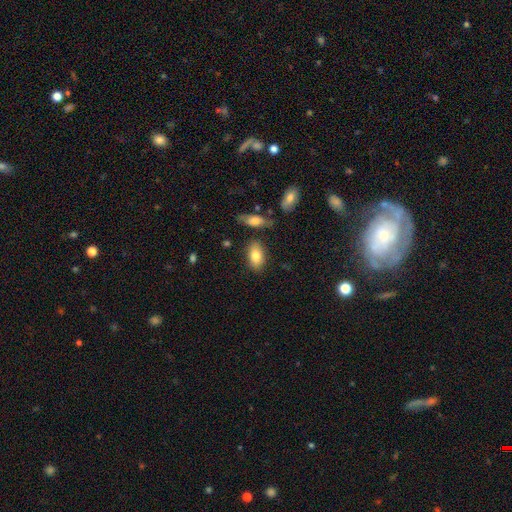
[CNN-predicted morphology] This is clearly a smooth galaxy (82%). How rounded: clearly in between (90%). Merging: likely none (80%).